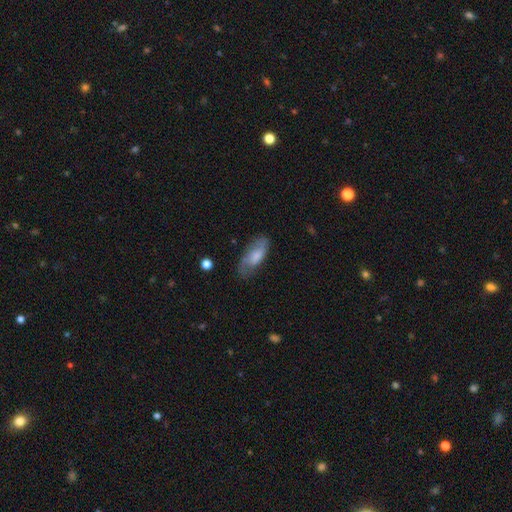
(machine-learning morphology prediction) A smooth galaxy with no disk features (58%) that is in between round and cigar-shaped (83%).

Vote fractions:
- Smooth or featured? smooth: 58% / featured or disk: 35% / star or artifact: 7%
- How rounded? in between: 83% / cigar-shaped: 14% / round: 3%
- Merging? none: 63% / minor disturbance: 25% / major disturbance: 10% / merger: 2%